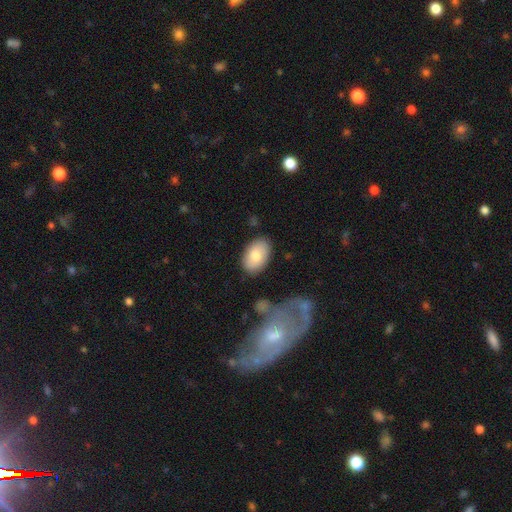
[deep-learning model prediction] Smooth or featured?
  - smooth: 80% *
  - featured or disk: 14%
  - star or artifact: 6%
How rounded?
  - in between: 92% *
  - round: 7%
  - cigar-shaped: 1%
Merging?
  - none: 82% *
  - minor disturbance: 12%
  - merger: 3%
  - major disturbance: 3%